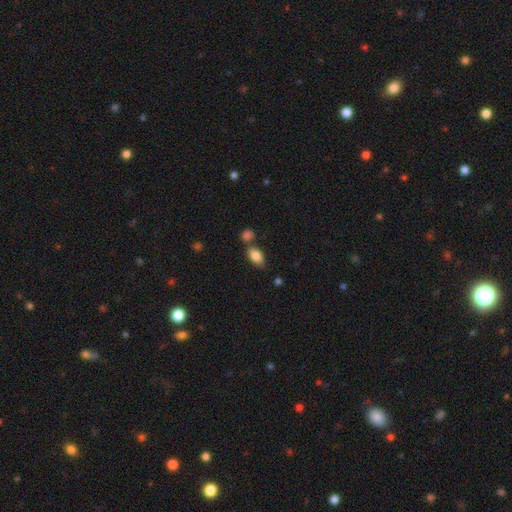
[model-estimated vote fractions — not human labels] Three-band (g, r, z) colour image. It shows a smooth galaxy with no disk features (84%) that is in between round and cigar-shaped (90%). Merging: none (63%).